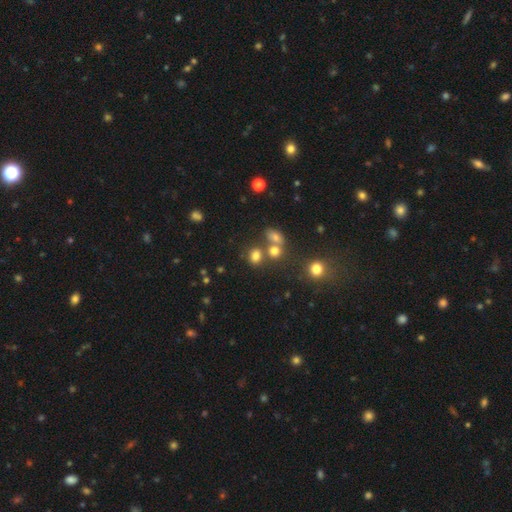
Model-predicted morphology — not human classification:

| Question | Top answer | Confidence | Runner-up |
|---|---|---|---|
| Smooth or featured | smooth | 75% | star or artifact (17%) |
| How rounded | round | 58% | in between (40%) |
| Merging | none | 59% | merger (25%) |